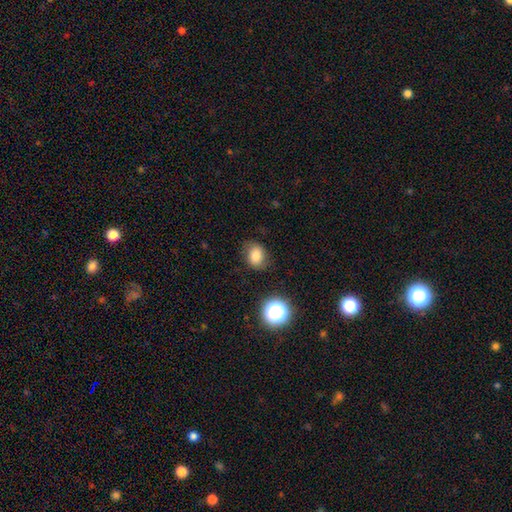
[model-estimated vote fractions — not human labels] A smooth galaxy with no disk features (78%) that is in between round and cigar-shaped (53%). Merging: none (75%).